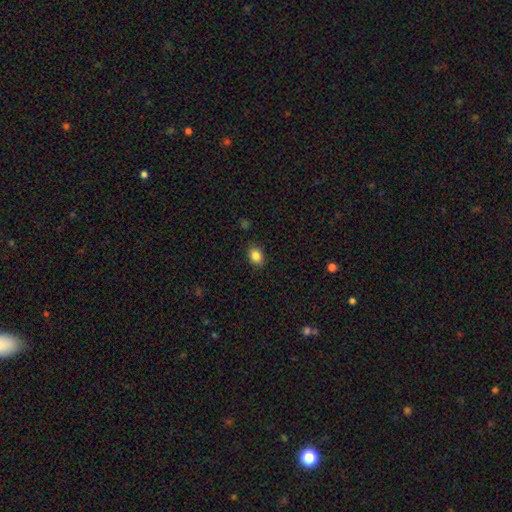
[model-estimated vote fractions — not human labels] Smooth or featured: smooth — 85% (star or artifact — 10%)
How rounded: in between — 64% (round — 35%)
Merging: none — 86% (minor disturbance — 10%)